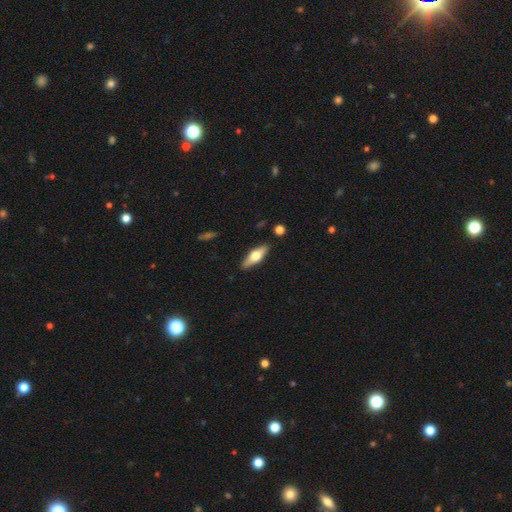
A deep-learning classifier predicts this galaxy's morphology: Smooth or featured? smooth (47%, tied with featured or disk)
Merging? none (89%)